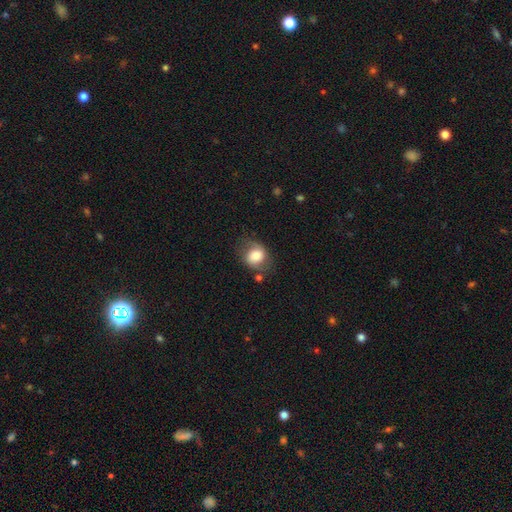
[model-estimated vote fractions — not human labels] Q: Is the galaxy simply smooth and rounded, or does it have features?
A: smooth — 68%.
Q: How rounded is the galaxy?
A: round — 58%.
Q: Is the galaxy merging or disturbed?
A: none — 61%.